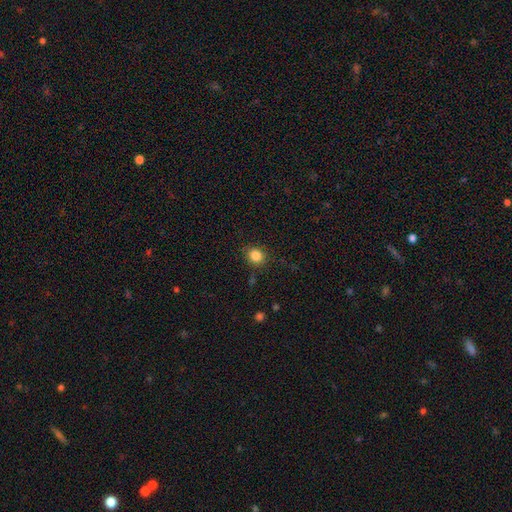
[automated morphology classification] Smooth or featured? smooth (84%)
How rounded? round (78%)
Merging? none (86%)